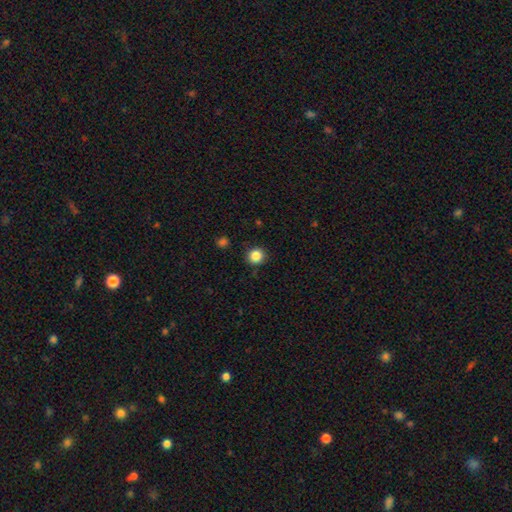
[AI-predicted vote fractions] Smooth or featured? Predicted: smooth (p=0.86). How rounded? Predicted: round (p=0.92). Merging? Predicted: none (p=0.90).